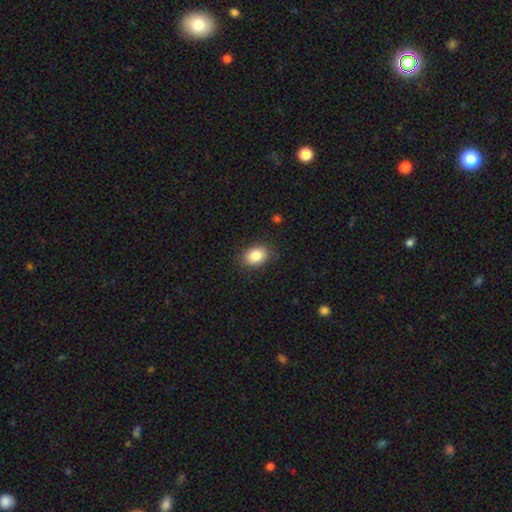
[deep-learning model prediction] This is clearly a smooth galaxy (86%). How rounded: likely in between (74%). Merging: clearly none (85%).